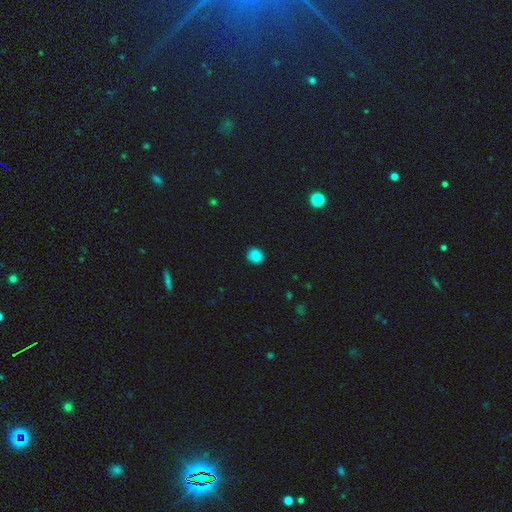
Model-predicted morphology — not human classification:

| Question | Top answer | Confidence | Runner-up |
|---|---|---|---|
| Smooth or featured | smooth | 85% | star or artifact (11%) |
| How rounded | round | 88% | in between (11%) |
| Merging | none | 92% | minor disturbance (6%) |